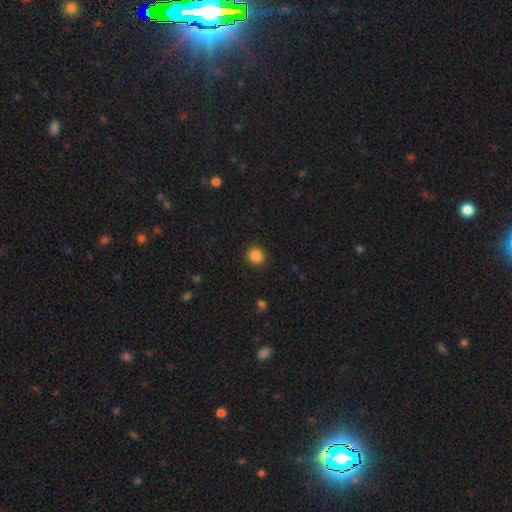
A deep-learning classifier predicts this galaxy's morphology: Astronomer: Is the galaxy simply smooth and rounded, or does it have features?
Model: smooth — 85%.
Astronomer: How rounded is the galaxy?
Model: round — 91%.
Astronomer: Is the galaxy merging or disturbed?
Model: none — 91%.